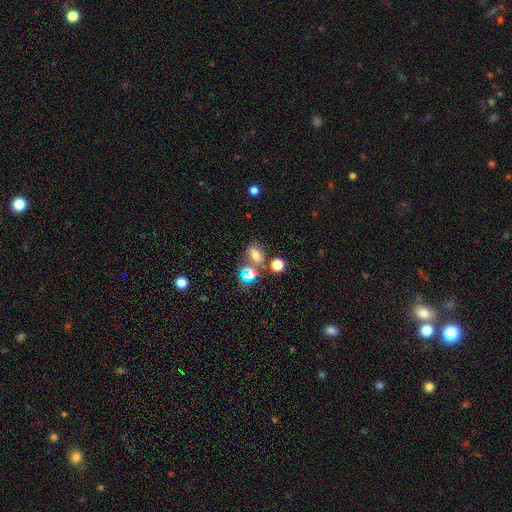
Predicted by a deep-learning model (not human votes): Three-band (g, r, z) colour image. It shows a smooth galaxy with no disk features (58%) that is in between round and cigar-shaped (68%). Merging: none (63%).